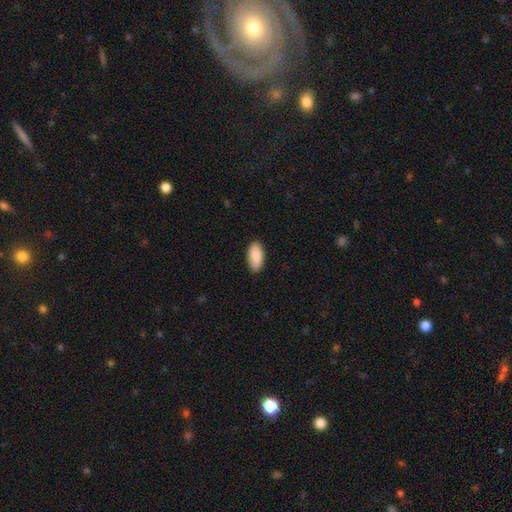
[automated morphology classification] Overall: smooth (88%). How rounded: in between (92%). Merging: none (88%).